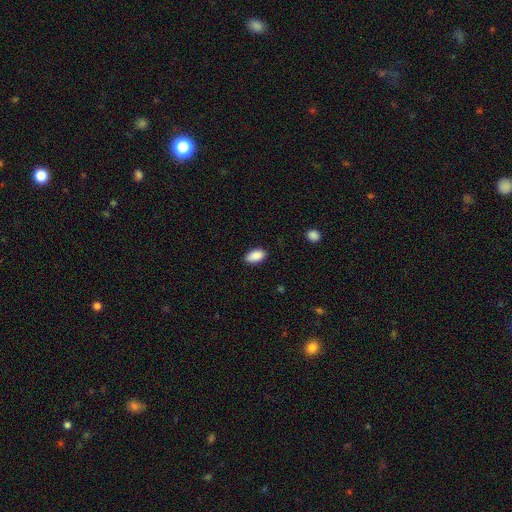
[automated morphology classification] This appears to be a smooth galaxy with no disk features (89%) that is in between round and cigar-shaped (94%). Merging: none (85%).